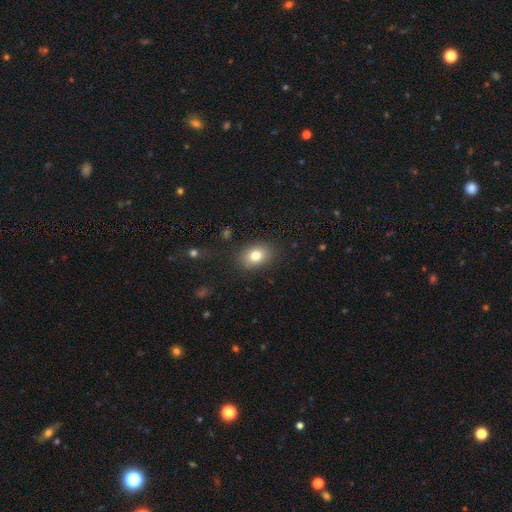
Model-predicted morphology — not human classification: smooth 80%, featured or disk 10%, star or artifact 10%. Down the decision tree: how rounded — in between (71%); merging — none (85%).